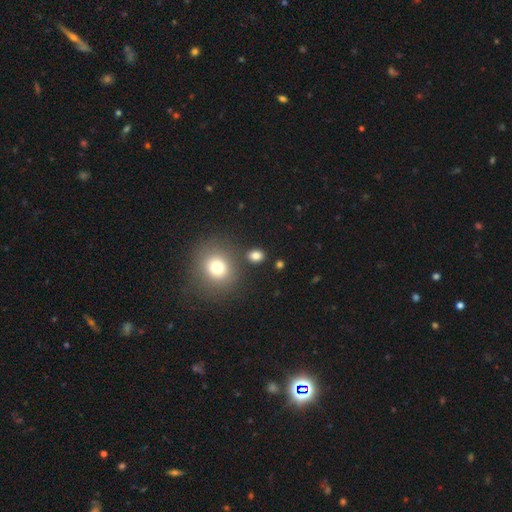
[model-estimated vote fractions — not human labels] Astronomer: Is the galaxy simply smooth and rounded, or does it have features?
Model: smooth — 80%.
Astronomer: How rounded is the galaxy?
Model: round — 56% (runner-up: in between, 43%).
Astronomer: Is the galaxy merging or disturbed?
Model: none — 81%.